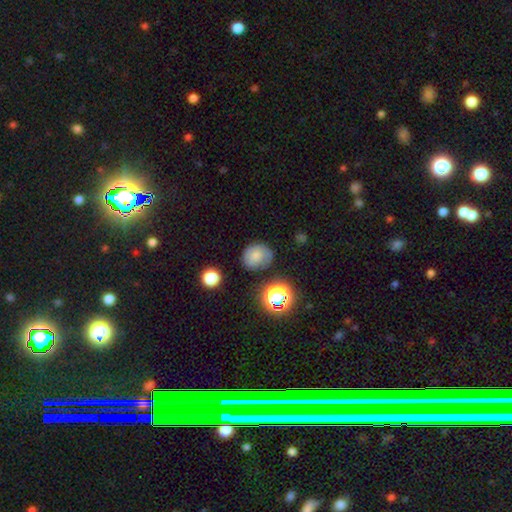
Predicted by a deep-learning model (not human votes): A smooth galaxy with no disk features (66%) that is round (69%). Merging: none (62%).